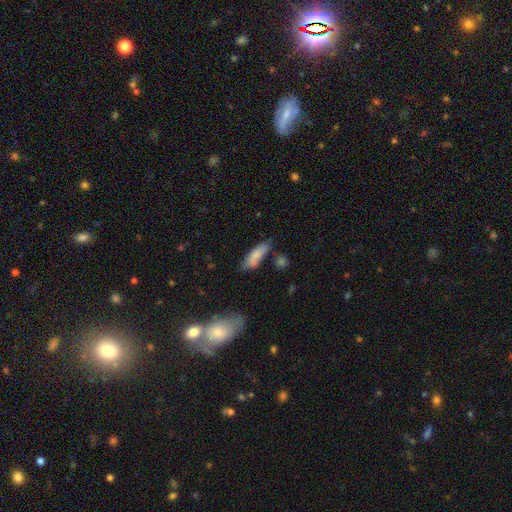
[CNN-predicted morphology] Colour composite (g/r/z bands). It shows a smooth galaxy with no disk features (79%) that is in between round and cigar-shaped (51%). Merging: none (64%).